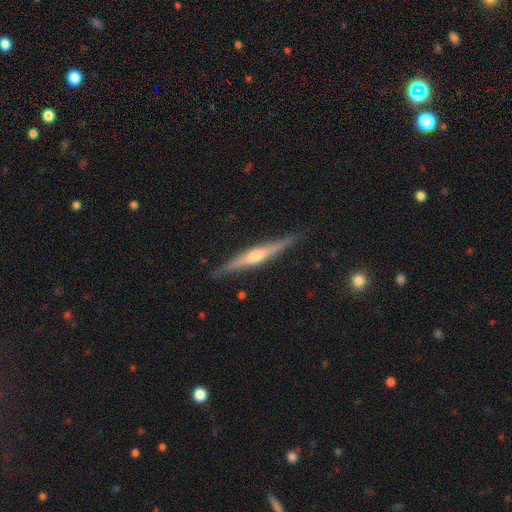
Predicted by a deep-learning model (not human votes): This is likely a featured or disk galaxy (69%). It is clearly viewed edge-on (97%). Edge-on bulge: likely rounded (78%). Merging: clearly none (88%).